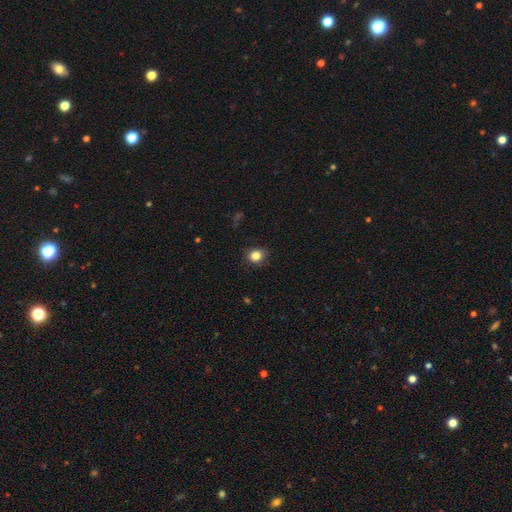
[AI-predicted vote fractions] This is clearly a smooth galaxy (84%). How rounded: likely round (71%). Merging: clearly none (84%).